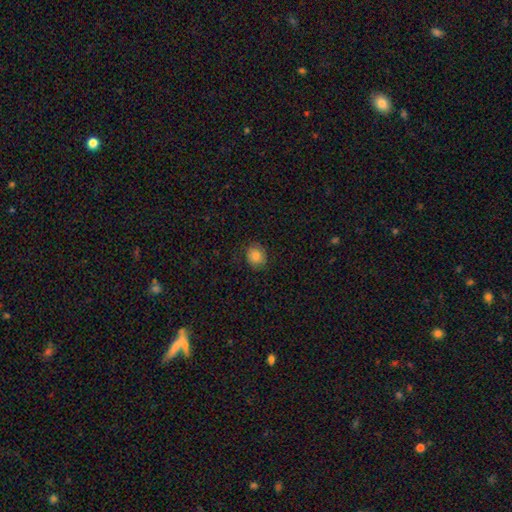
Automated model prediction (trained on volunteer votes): smooth 82%, star or artifact 10%, featured or disk 8%. Down the decision tree: how rounded — round (75%); merging — none (82%).